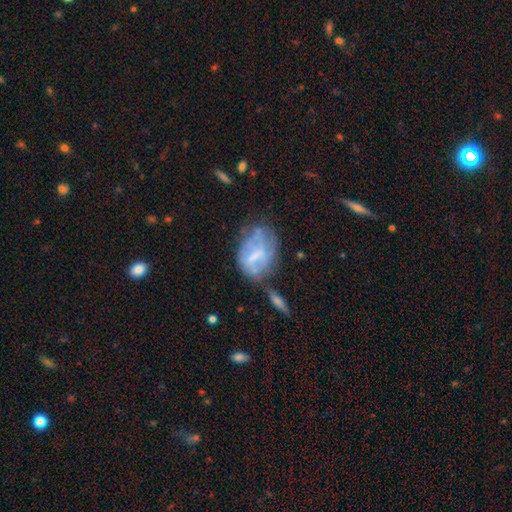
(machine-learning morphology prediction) Smooth or featured: featured or disk — 52% (smooth — 39%)
Edge-on disk: no — 96% (yes — 4%)
Merging: none — 35% (minor disturbance — 28%)